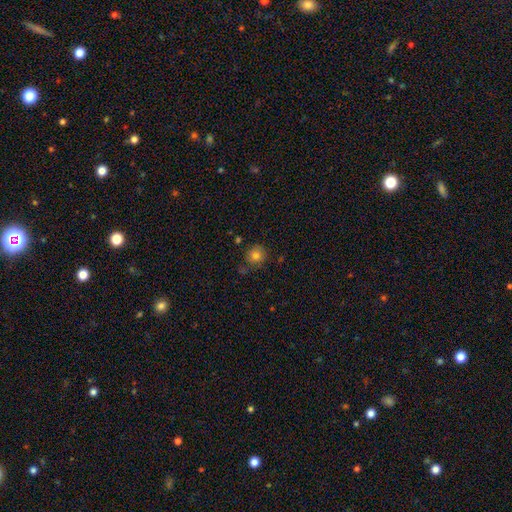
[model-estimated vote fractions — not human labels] A smooth galaxy with no disk features (79%) that is round (90%).

Vote fractions:
- Smooth or featured? smooth: 79% / star or artifact: 13% / featured or disk: 8%
- How rounded? round: 90% / in between: 9% / cigar-shaped: 1%
- Merging? none: 78% / minor disturbance: 14% / merger: 5% / major disturbance: 3%